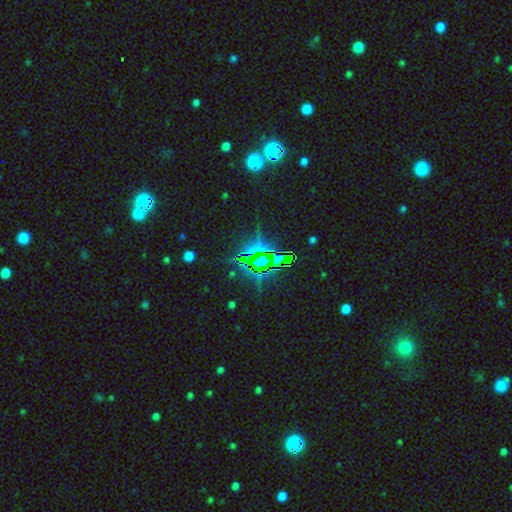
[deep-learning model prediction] star or artifact 80%, featured or disk 11%, smooth 9%.